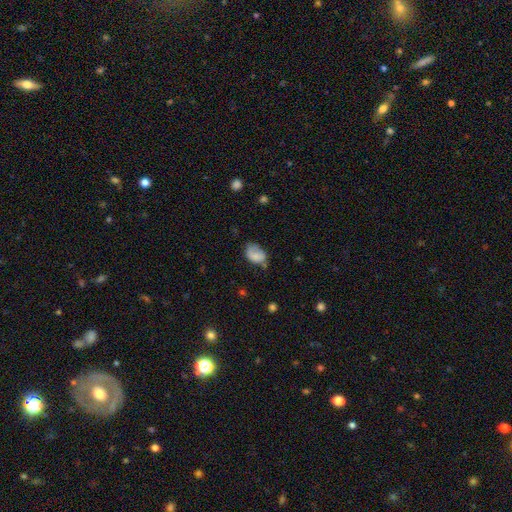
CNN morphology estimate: Smooth or featured: smooth — 76% (featured or disk — 15%)
How rounded: in between — 84% (round — 15%)
Merging: none — 45% (minor disturbance — 36%)